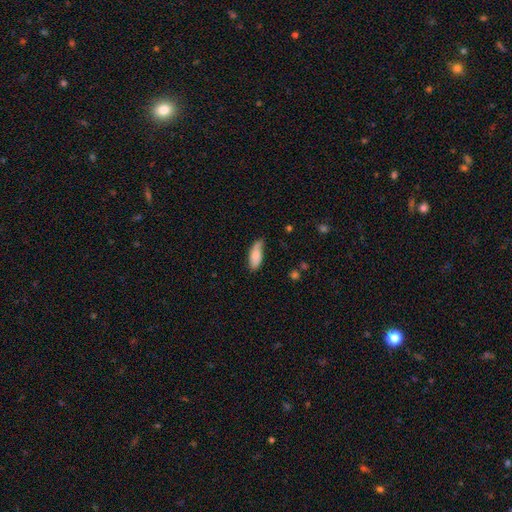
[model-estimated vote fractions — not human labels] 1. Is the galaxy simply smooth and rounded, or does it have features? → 80% smooth, 13% featured or disk, 6% star or artifact.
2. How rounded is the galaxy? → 77% in between, 21% cigar-shaped, 2% round.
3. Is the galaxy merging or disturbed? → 57% none, 33% minor disturbance, 7% major disturbance, 2% merger.